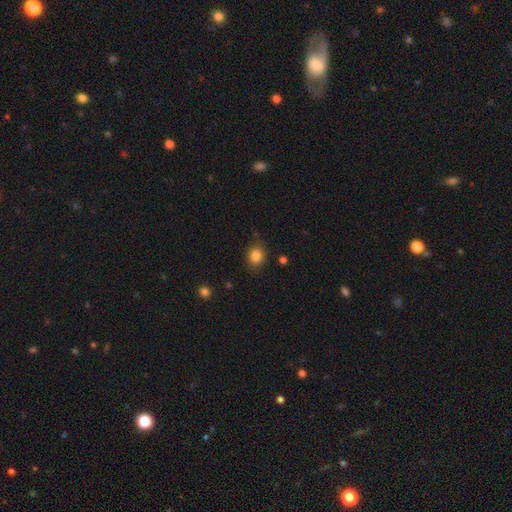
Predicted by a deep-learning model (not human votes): Morphology: type=smooth (84%); roundness=round (62%); merging=none (84%).